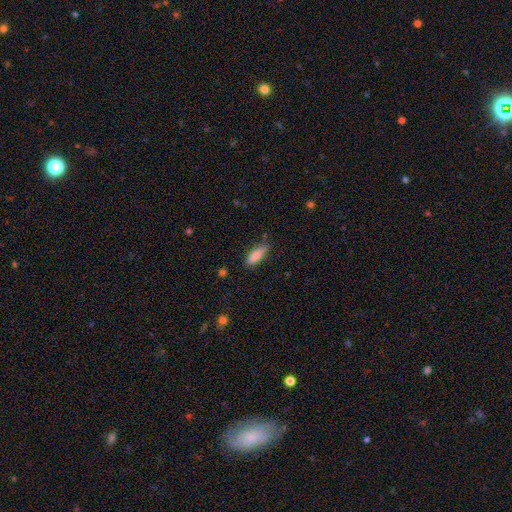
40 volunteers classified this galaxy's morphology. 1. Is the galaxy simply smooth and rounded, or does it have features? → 85% smooth, 8% featured or disk, 8% star or artifact.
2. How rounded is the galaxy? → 68% in between, 32% cigar-shaped, 0% round.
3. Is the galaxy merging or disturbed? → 78% none, 19% minor disturbance, 3% major disturbance, 0% merger.